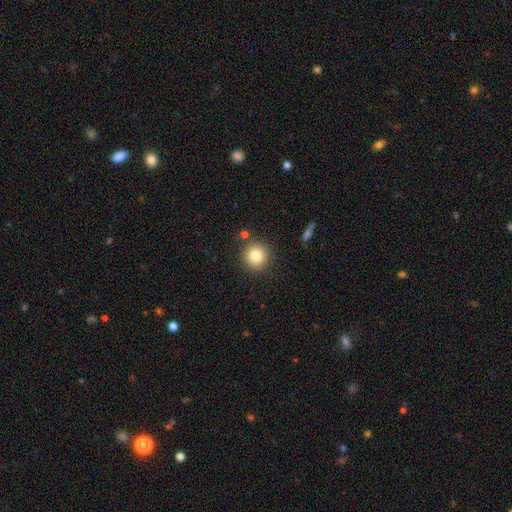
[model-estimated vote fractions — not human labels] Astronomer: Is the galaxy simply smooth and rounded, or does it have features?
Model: smooth — 82%.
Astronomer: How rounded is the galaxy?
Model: round — 94%.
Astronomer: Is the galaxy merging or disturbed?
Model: none — 86%.